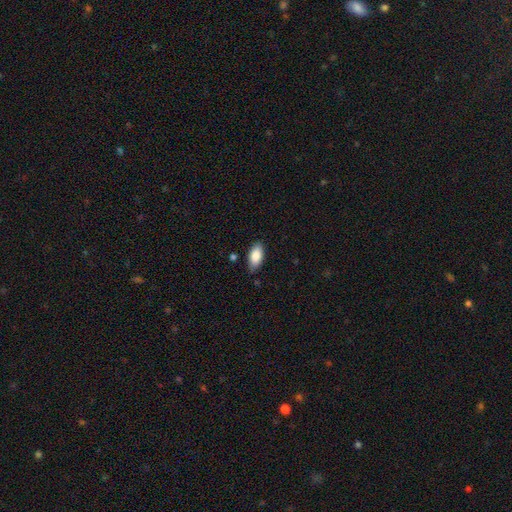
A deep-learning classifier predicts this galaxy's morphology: A smooth galaxy with no disk features (85%) that is in between round and cigar-shaped (91%). Merging: none (81%).